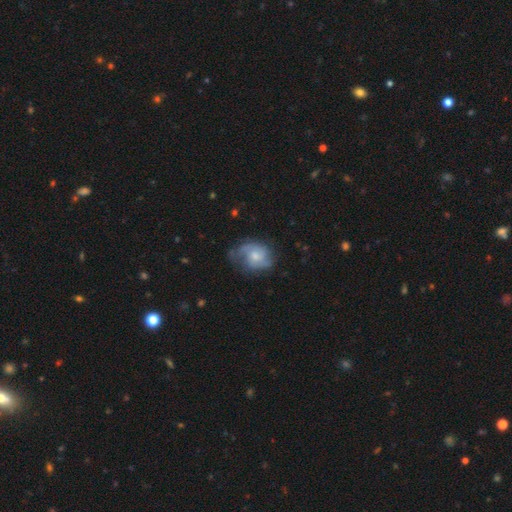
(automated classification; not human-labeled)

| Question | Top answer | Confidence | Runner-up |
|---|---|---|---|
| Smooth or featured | featured or disk | 60% | smooth (32%) |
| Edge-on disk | no | 97% | yes (3%) |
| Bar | no | 71% | weak (25%) |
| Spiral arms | yes | 86% | no (14%) |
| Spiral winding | medium | 45% | loose (29%) |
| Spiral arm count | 2 | 55% | can't tell (21%) |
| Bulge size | moderate | 45% | small (42%) |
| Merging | none | 51% | minor disturbance (29%) |